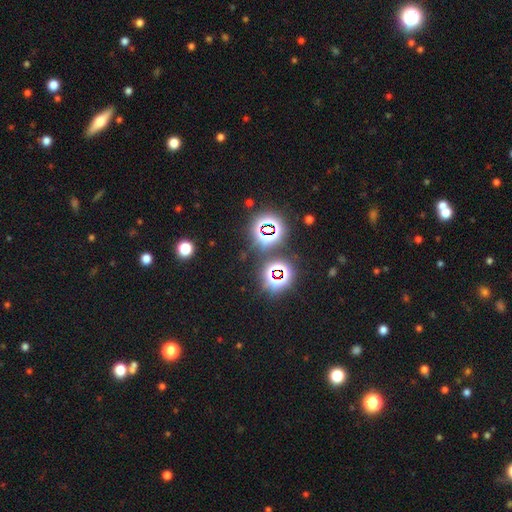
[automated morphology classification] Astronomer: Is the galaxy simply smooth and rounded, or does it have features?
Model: star or artifact — 80%.